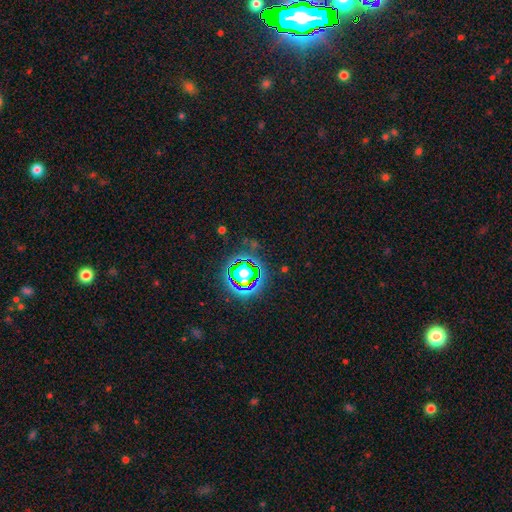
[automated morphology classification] A star or artifact, not a galaxy (82%).

Vote fractions:
- Smooth or featured? star or artifact: 82% / smooth: 11% / featured or disk: 7%